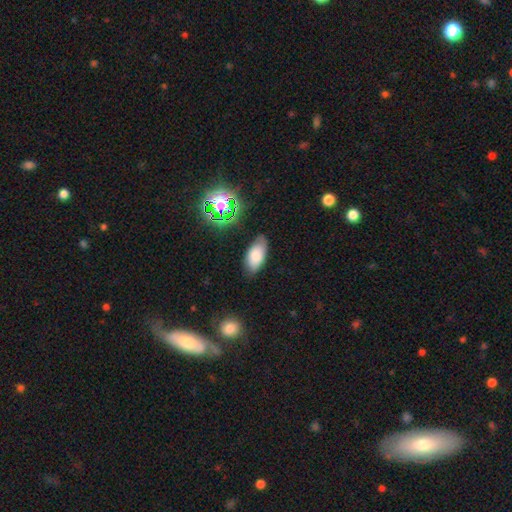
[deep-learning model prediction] Smooth or featured? Predicted: smooth (p=0.74). How rounded? Predicted: in between (p=0.93). Merging? Predicted: none (p=0.76).